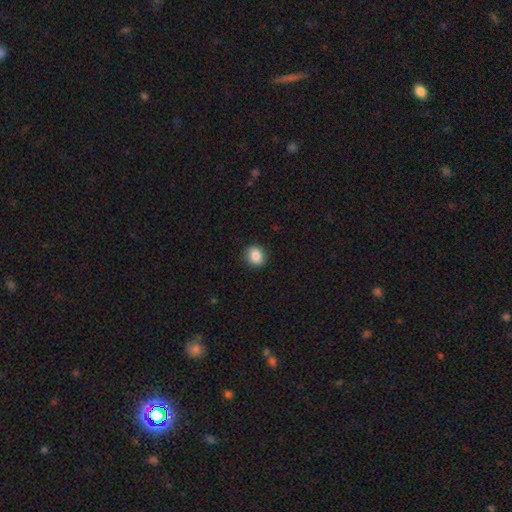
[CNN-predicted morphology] Smooth or featured? smooth (86%)
How rounded? round (73%)
Merging? none (88%)